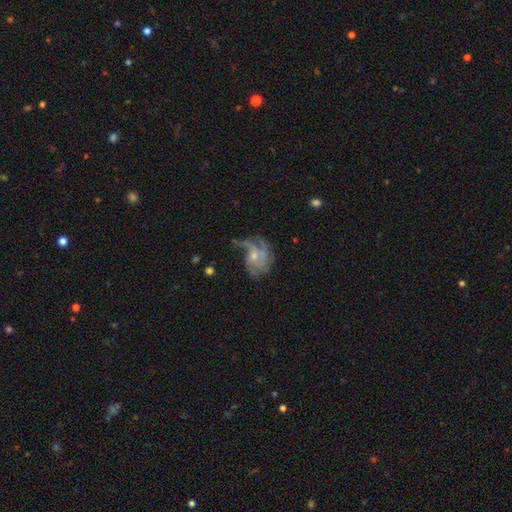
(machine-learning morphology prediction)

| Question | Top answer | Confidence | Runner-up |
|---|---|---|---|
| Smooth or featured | featured or disk | 62% | smooth (29%) |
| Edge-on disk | no | 97% | yes (3%) |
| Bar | no | 74% | weak (22%) |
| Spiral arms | yes | 67% | no (33%) |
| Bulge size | small | 50% | moderate (41%) |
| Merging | major disturbance | 42% | none (30%) |